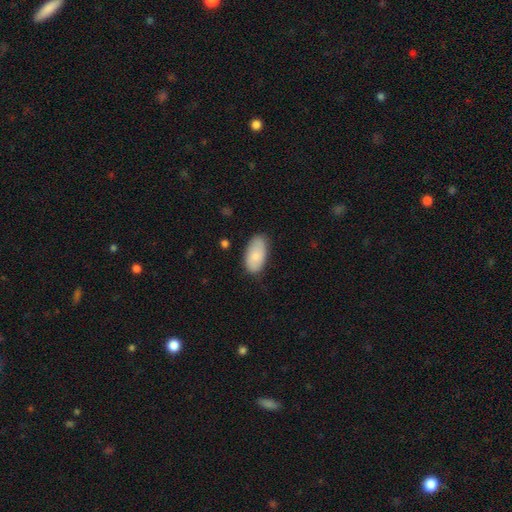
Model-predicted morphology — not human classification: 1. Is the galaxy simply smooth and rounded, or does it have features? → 82% smooth, 12% featured or disk, 6% star or artifact.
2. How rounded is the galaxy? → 95% in between, 3% round, 3% cigar-shaped.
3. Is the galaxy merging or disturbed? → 75% none, 20% minor disturbance, 3% major disturbance, 1% merger.